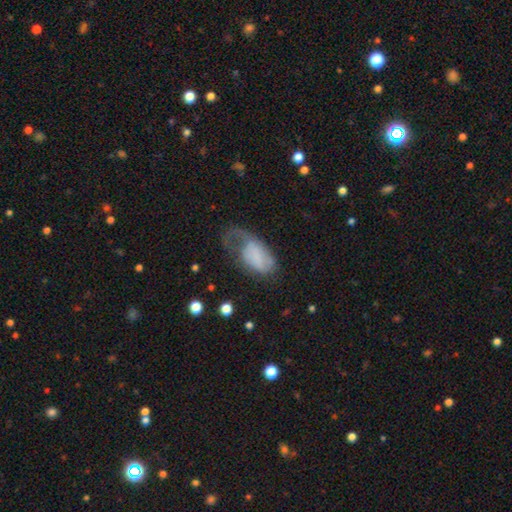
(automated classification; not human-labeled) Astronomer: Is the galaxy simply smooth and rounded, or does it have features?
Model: smooth — 53% (runner-up: featured or disk, 38%).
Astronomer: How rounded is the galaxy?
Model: in between — 92%.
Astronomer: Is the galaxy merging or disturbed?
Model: major disturbance — 55%.